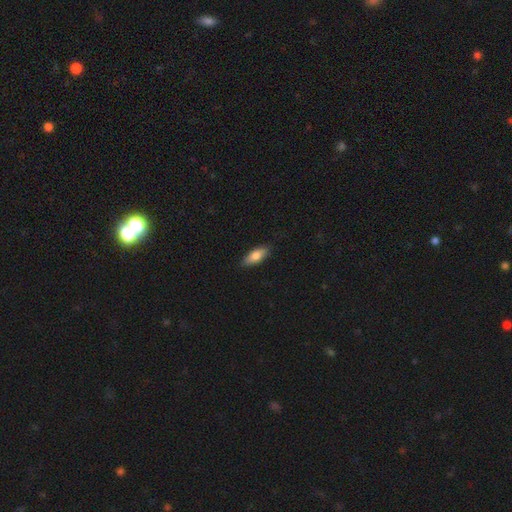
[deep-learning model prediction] Morphology: type=smooth (79%); roundness=in between (74%); merging=none (85%).